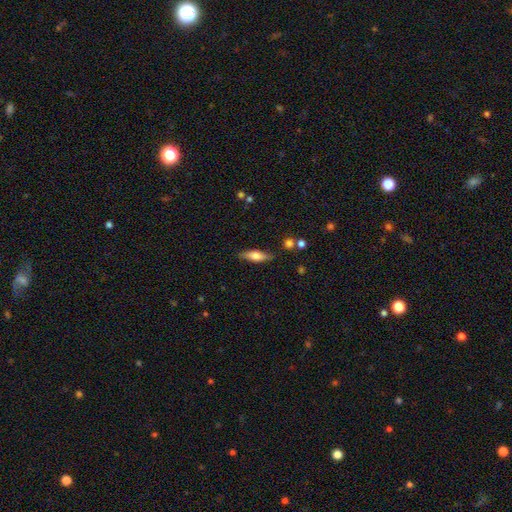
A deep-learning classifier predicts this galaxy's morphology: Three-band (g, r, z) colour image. It shows a smooth galaxy with no disk features (61%) that is in between round and cigar-shaped (51%). Merging: none (80%).